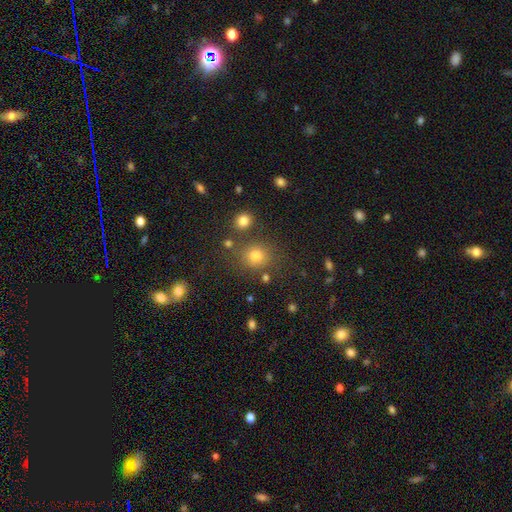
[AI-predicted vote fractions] This appears to be a smooth galaxy with no disk features (75%) that is round (75%). Merging: none (75%).